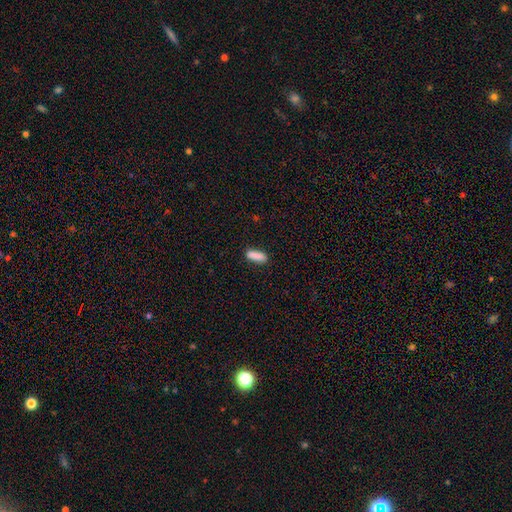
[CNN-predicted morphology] Smooth or featured: smooth — 87% (star or artifact — 7%)
How rounded: in between — 50% (cigar-shaped — 47%)
Merging: none — 83% (minor disturbance — 12%)